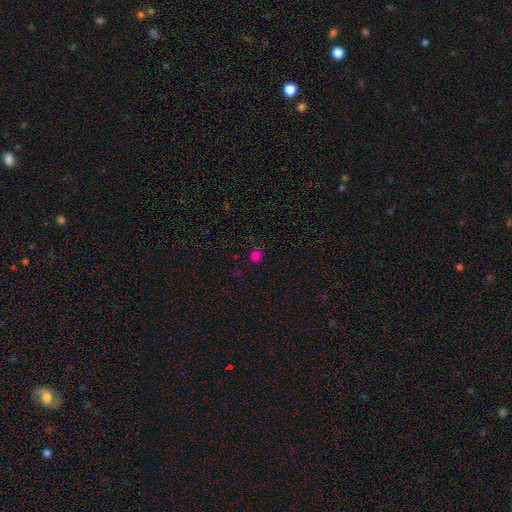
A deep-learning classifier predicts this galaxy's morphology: A smooth galaxy with no disk features (76%) that is round (81%). Merging: none (81%).